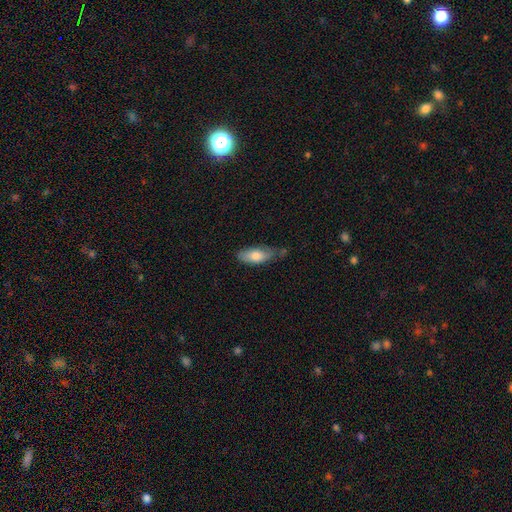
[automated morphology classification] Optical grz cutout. It shows a smooth galaxy with no disk features (75%) that is in between round and cigar-shaped (80%). Merging: none (50%).